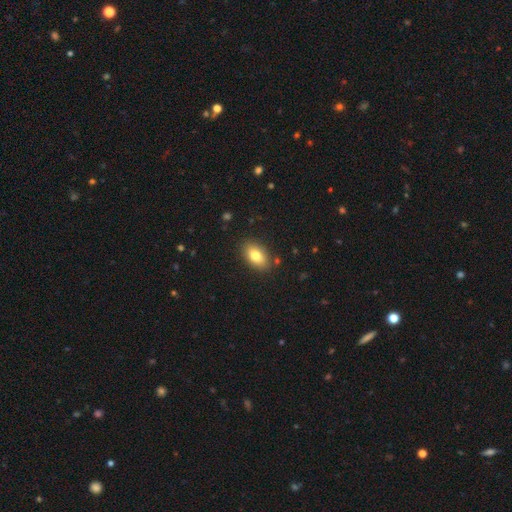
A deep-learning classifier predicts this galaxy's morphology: smooth 79%, featured or disk 13%, star or artifact 8%. Down the decision tree: how rounded — in between (90%); merging — none (85%).